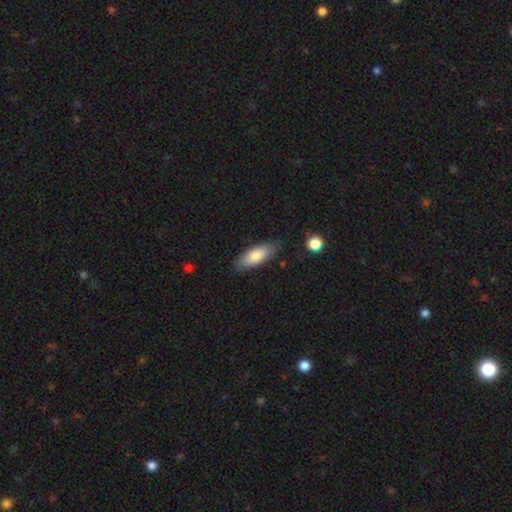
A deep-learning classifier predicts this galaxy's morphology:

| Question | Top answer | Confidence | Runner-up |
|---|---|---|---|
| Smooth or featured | smooth | 80% | featured or disk (14%) |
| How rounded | in between | 73% | cigar-shaped (25%) |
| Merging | none | 81% | minor disturbance (14%) |